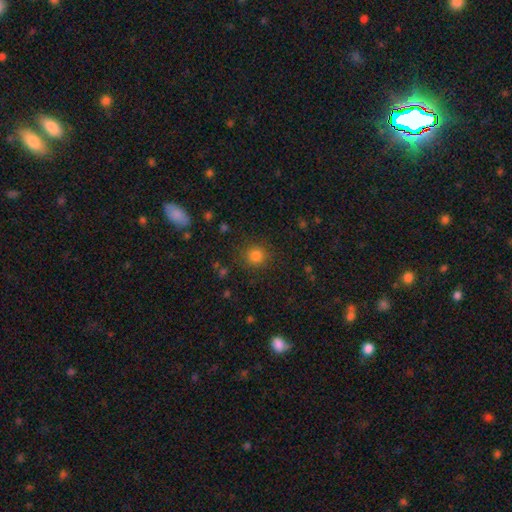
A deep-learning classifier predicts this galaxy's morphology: smooth_or_featured: smooth (p=0.82) [alt: star or artifact p=0.13]
how_rounded: round (p=0.90) [alt: in between p=0.09]
merging: none (p=0.86) [alt: minor disturbance p=0.09]